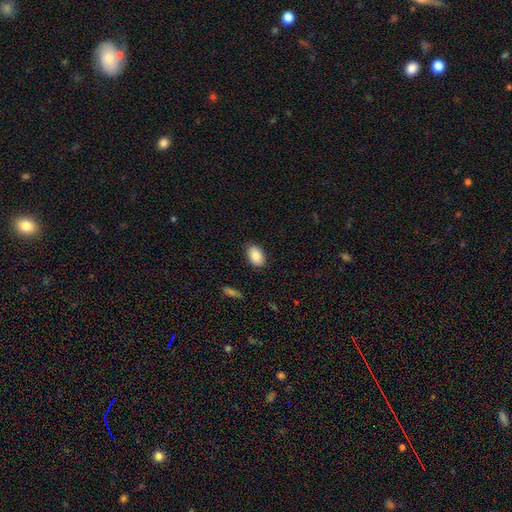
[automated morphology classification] A smooth galaxy with no disk features (84%) that is in between round and cigar-shaped (87%). Merging: none (87%).